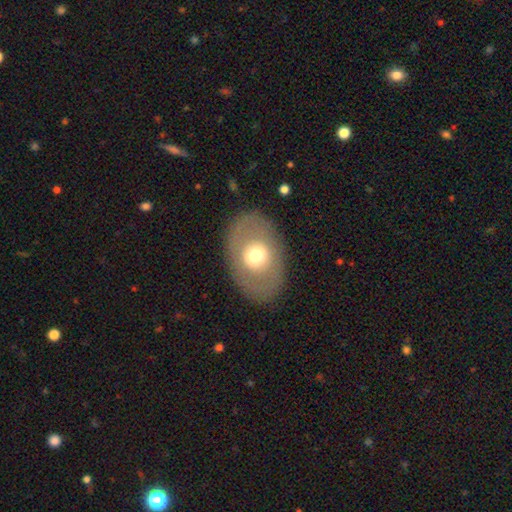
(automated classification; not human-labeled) Smooth or featured? Predicted: smooth (p=0.53). How rounded? Predicted: in between (p=0.77). Merging? Predicted: none (p=0.84).